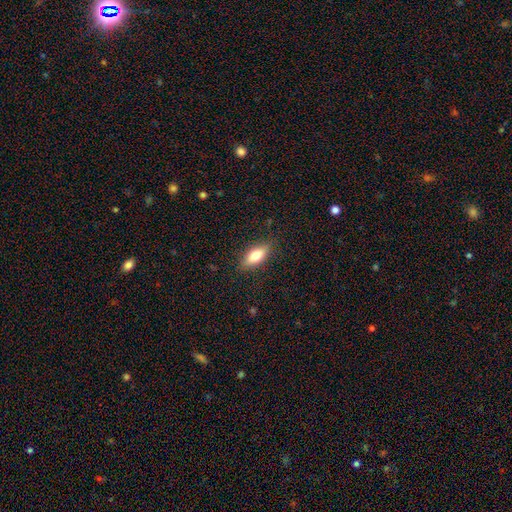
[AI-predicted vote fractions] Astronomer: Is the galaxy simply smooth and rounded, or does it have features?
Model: smooth — 69%.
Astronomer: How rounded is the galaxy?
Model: in between — 73%.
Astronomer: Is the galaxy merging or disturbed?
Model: none — 86%.